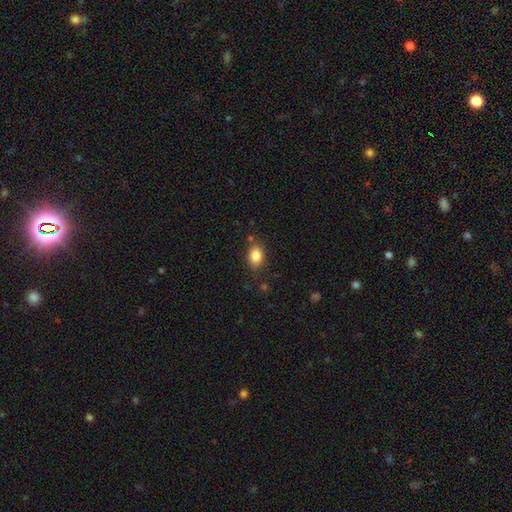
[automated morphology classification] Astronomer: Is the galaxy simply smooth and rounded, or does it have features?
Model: smooth — 85%.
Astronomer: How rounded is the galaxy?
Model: in between — 77%.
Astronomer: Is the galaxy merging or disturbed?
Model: none — 81%.